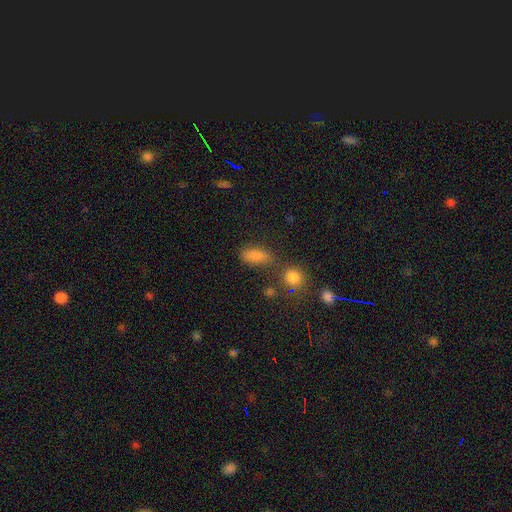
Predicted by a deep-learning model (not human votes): smooth-or-featured: smooth: 81% | star or artifact: 13% | featured or disk: 6%
  how-rounded: in between: 80% | cigar-shaped: 12% | round: 8%
  merging: none: 61% | minor disturbance: 18% | merger: 14% | major disturbance: 8%